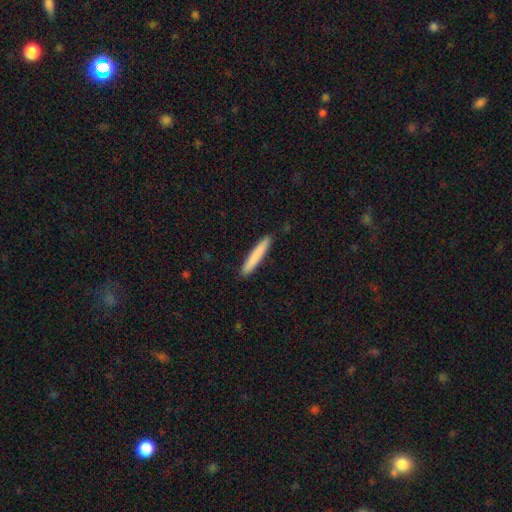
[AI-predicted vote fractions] This appears to be a smooth galaxy with no disk features (81%) that is cigar-shaped (95%). Merging: none (91%).